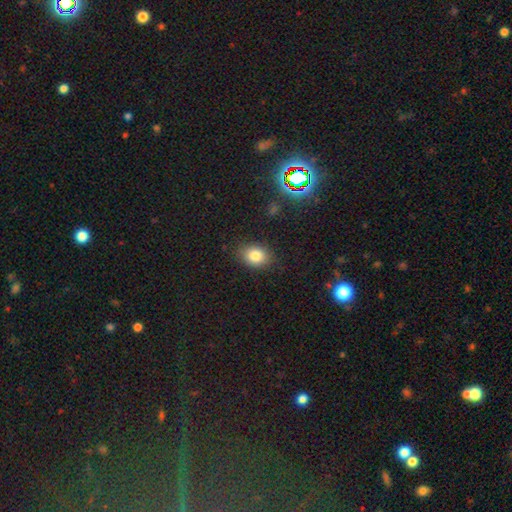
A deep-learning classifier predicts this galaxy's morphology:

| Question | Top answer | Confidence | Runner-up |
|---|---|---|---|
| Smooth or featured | smooth | 82% | star or artifact (11%) |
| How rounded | in between | 64% | round (35%) |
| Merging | none | 84% | minor disturbance (12%) |